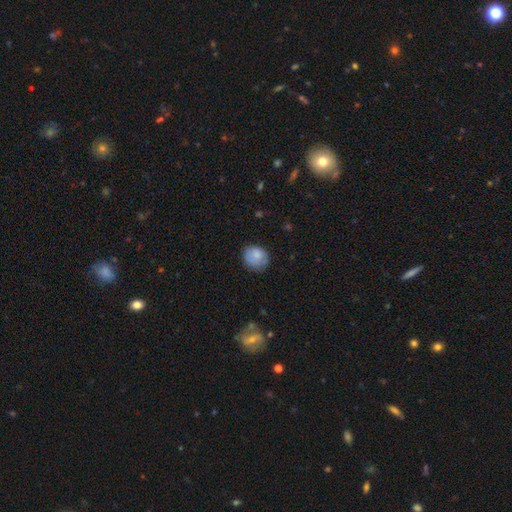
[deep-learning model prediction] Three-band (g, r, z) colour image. It shows a smooth galaxy with no disk features (79%) that is round (70%). Merging: none (69%).